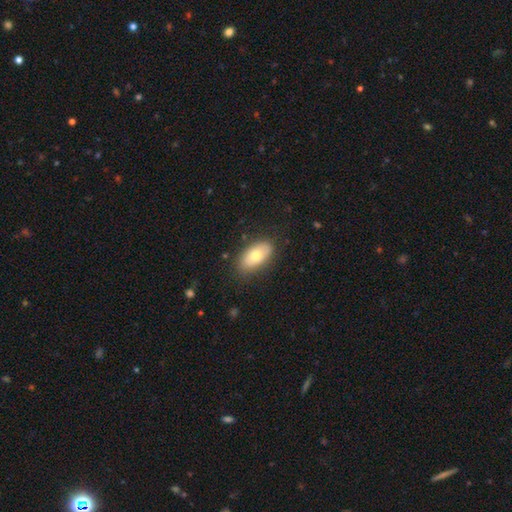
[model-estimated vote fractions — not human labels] The model was most divided on "smooth or featured": smooth: 70%, featured or disk: 24%, star or artifact: 7%. More confident: how rounded — in between (93%); merging — none (83%).